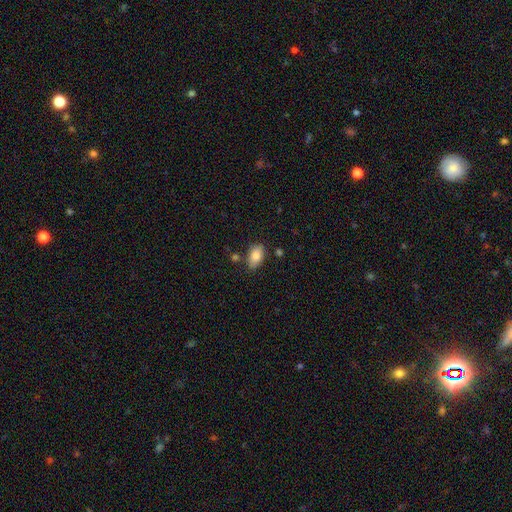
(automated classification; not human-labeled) Smooth or featured? Predicted: smooth (p=0.86). How rounded? Predicted: in between (p=0.93). Merging? Predicted: none (p=0.77).